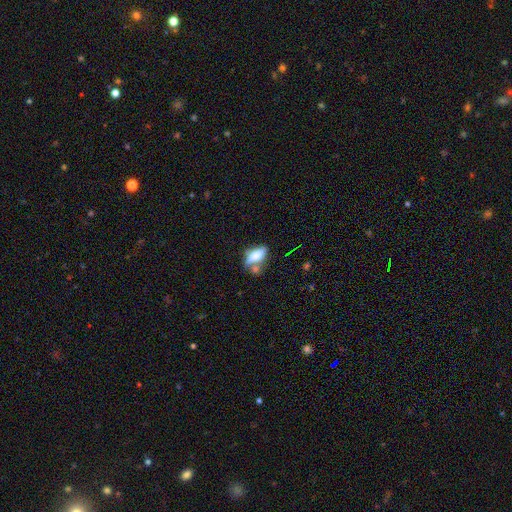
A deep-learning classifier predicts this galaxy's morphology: smooth-or-featured: smooth: 69% | featured or disk: 22% | star or artifact: 9%
  how-rounded: in between: 80% | cigar-shaped: 14% | round: 5%
  merging: none: 41% | merger: 28% | minor disturbance: 20% | major disturbance: 10%